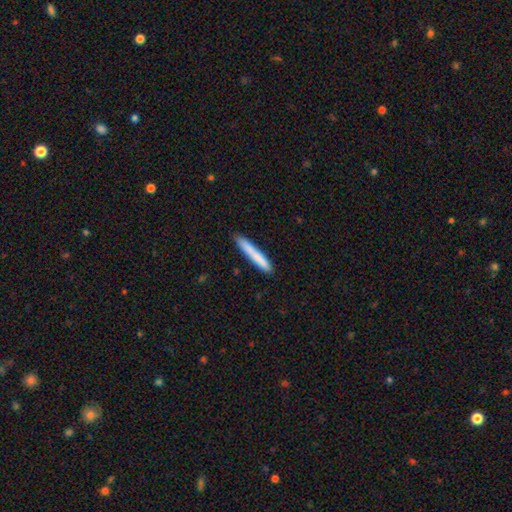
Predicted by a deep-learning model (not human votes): smooth 76%, featured or disk 18%, star or artifact 6%. Down the decision tree: how rounded — cigar-shaped (95%); merging — none (85%).